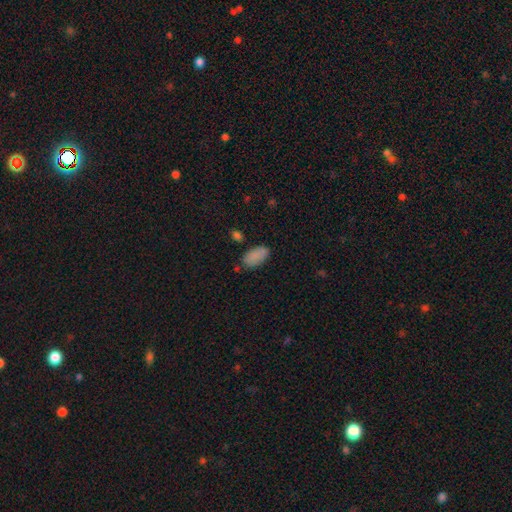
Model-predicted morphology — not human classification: Smooth or featured?
  - smooth: 88% *
  - star or artifact: 8%
  - featured or disk: 5%
How rounded?
  - in between: 94% *
  - cigar-shaped: 3%
  - round: 3%
Merging?
  - none: 75% *
  - minor disturbance: 17%
  - merger: 4%
  - major disturbance: 4%